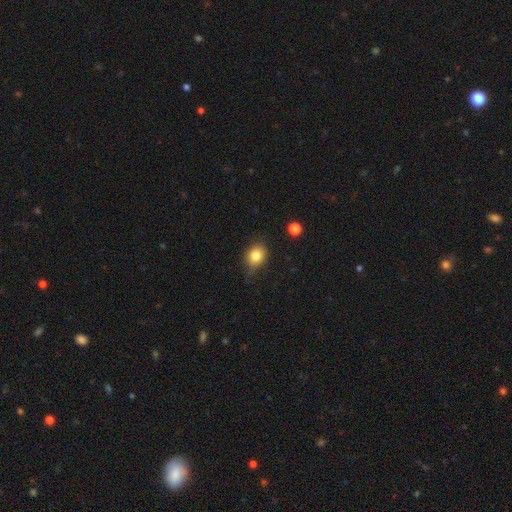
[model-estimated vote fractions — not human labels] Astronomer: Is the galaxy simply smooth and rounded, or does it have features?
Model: smooth — 81%.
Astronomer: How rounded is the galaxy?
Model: round — 53% (runner-up: in between, 45%).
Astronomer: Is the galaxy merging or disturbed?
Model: none — 68%.